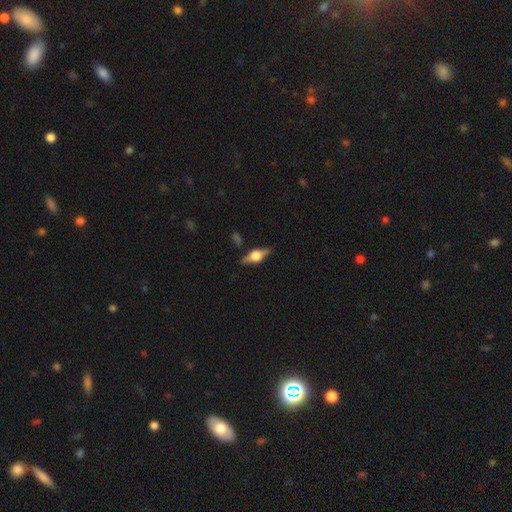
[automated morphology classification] This is likely a featured or disk galaxy (69%). It is clearly viewed edge-on (96%). Edge-on bulge: clearly rounded (91%). Merging: clearly none (85%).